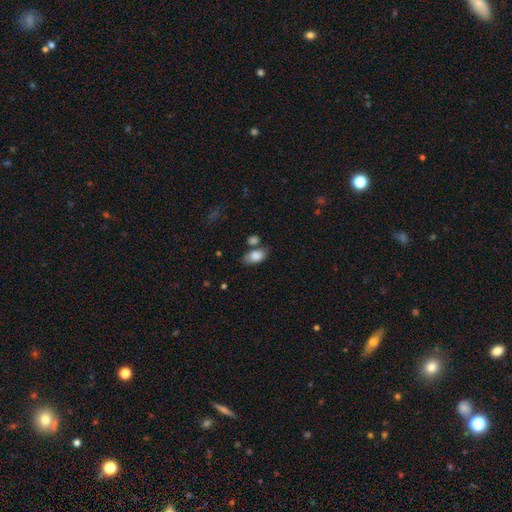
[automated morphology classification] Smooth or featured?
  - smooth: 85% *
  - featured or disk: 8%
  - star or artifact: 7%
How rounded?
  - in between: 91% *
  - round: 7%
  - cigar-shaped: 2%
Merging?
  - none: 54% *
  - merger: 21%
  - minor disturbance: 18%
  - major disturbance: 6%